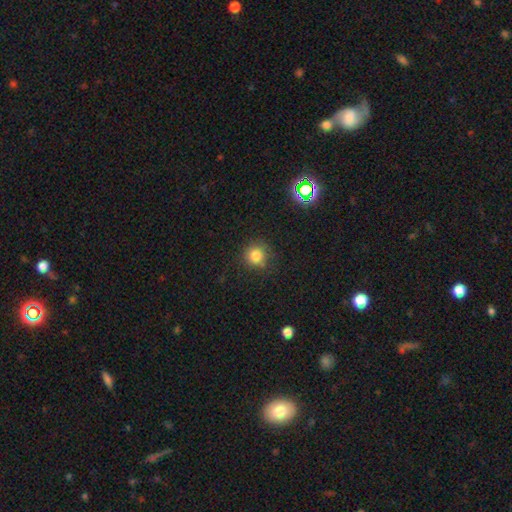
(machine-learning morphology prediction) Overall: smooth (81%). How rounded: round (92%). Merging: none (80%).